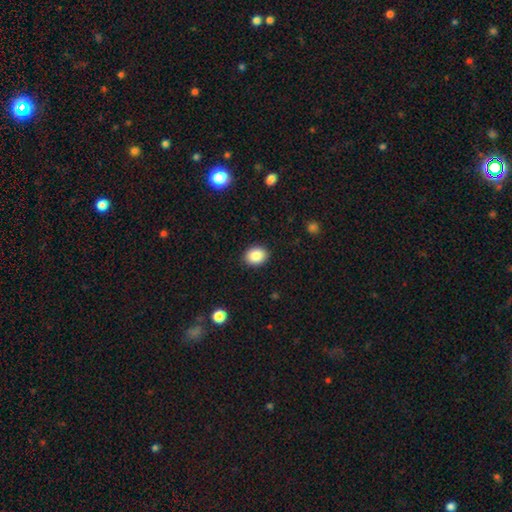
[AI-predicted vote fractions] Smooth or featured? smooth (87%)
How rounded? in between (51%)
Merging? none (90%)